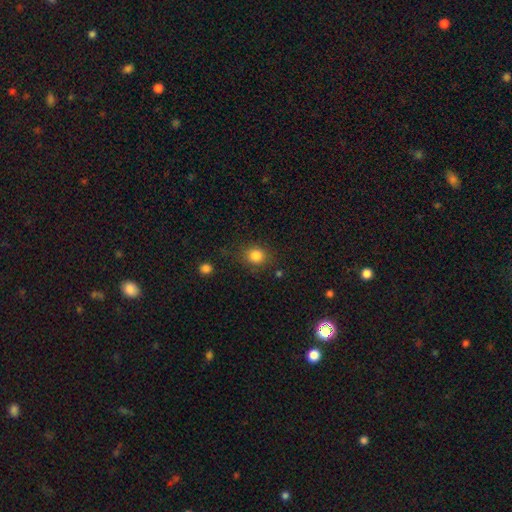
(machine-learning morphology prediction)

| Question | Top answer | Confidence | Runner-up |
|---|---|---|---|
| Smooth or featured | smooth | 84% | star or artifact (11%) |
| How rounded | round | 78% | in between (21%) |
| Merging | none | 81% | minor disturbance (12%) |